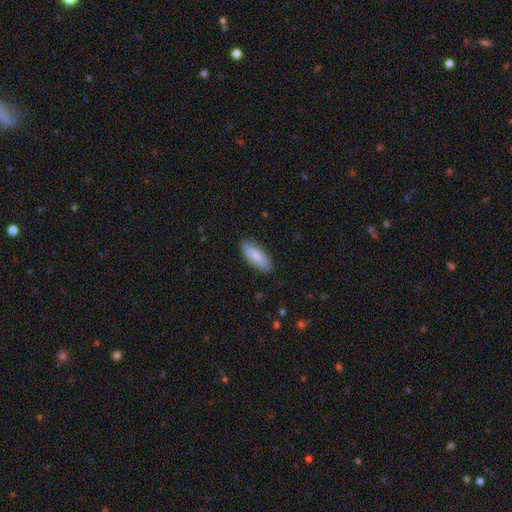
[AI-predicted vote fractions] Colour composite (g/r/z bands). It shows a smooth galaxy with no disk features (81%) that is in between round and cigar-shaped (74%). Merging: none (86%).